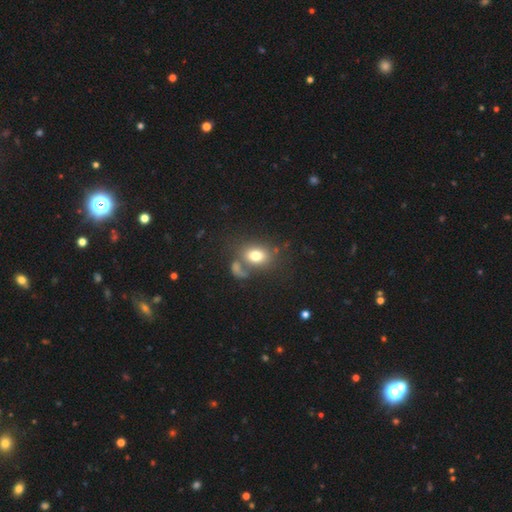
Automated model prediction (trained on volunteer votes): This appears to be a smooth galaxy with no disk features (74%) that is in between round and cigar-shaped (63%). Merging: none (48%).